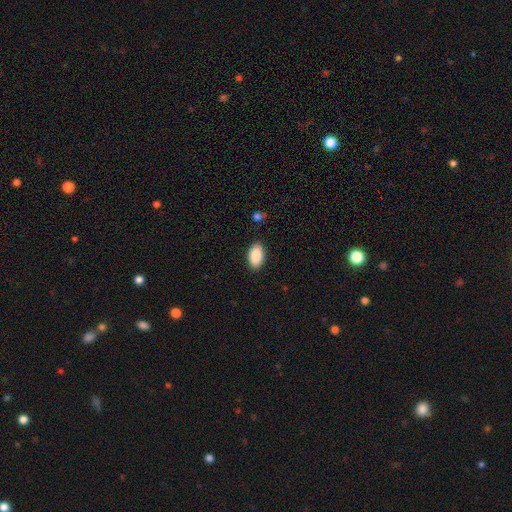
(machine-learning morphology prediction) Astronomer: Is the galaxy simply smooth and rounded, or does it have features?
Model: smooth — 89%.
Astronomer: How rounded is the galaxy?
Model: in between — 94%.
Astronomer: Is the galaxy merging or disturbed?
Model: none — 89%.